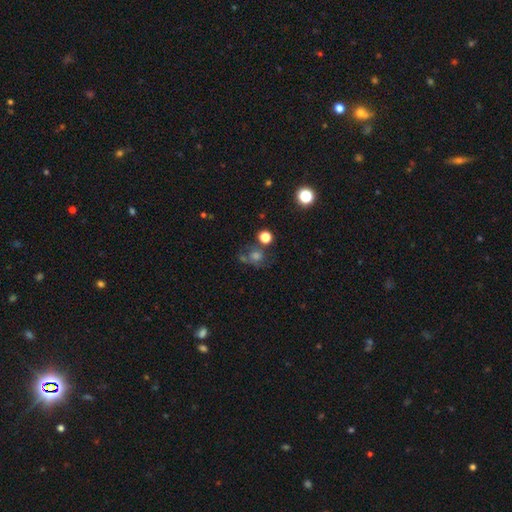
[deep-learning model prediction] The model was most divided on "smooth or featured": smooth: 47%, star or artifact: 33%, featured or disk: 20%. More confident: merging — none (57%).